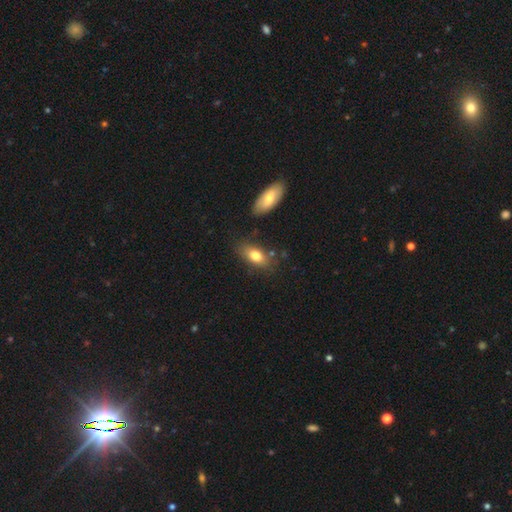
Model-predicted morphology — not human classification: A smooth galaxy with no disk features (77%) that is in between round and cigar-shaped (86%). Merging: none (74%).